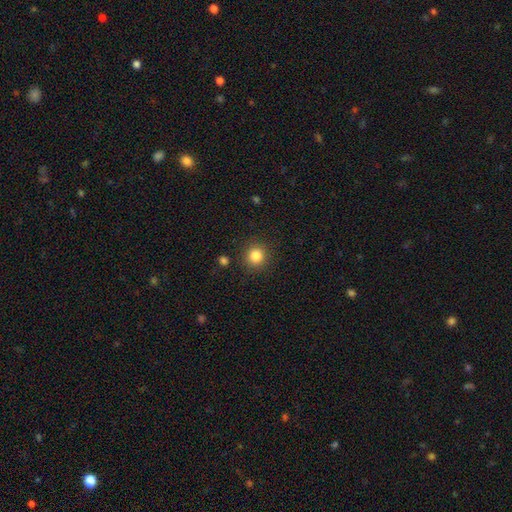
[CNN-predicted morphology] A smooth galaxy with no disk features (84%) that is round (92%). Merging: none (89%).